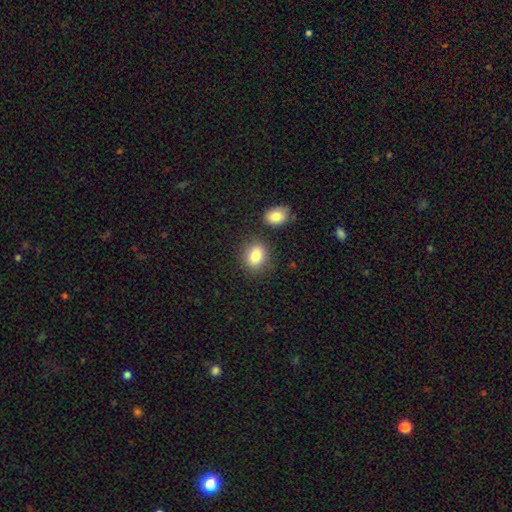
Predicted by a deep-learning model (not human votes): This appears to be a smooth galaxy with no disk features (84%) that is in between round and cigar-shaped (60%). Merging: none (76%).